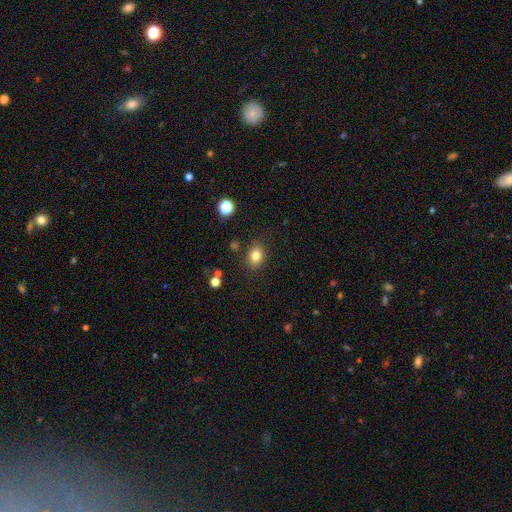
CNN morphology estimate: type=smooth (81%); roundness=in between (67%); merging=none (83%).